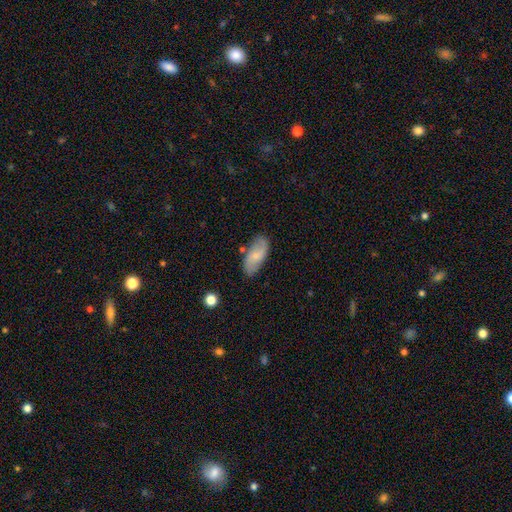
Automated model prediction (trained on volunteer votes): Smooth or featured: smooth — 58% (featured or disk — 35%)
How rounded: in between — 89% (cigar-shaped — 8%)
Merging: none — 78% (minor disturbance — 16%)